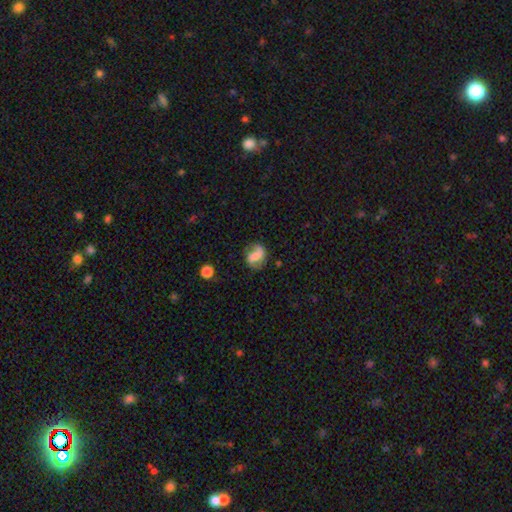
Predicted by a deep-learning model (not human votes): Smooth or featured: featured or disk — 59% (smooth — 32%)
Edge-on disk: no — 97% (yes — 3%)
Bar: weak — 39% (strong — 33%)
Spiral arms: yes — 88% (no — 12%)
Spiral winding: loose — 58% (medium — 31%)
Spiral arm count: 2 — 82% (1 — 10%)
Bulge size: none — 45% (small — 21%)
Merging: none — 67% (minor disturbance — 20%)